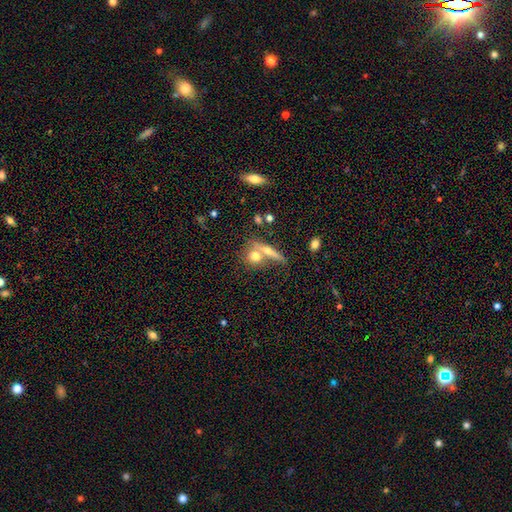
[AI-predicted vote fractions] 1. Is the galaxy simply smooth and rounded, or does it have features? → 62% smooth, 28% featured or disk, 10% star or artifact.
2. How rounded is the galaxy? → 61% round, 22% in between, 16% cigar-shaped.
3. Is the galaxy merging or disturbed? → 46% none, 40% merger, 9% minor disturbance, 5% major disturbance.